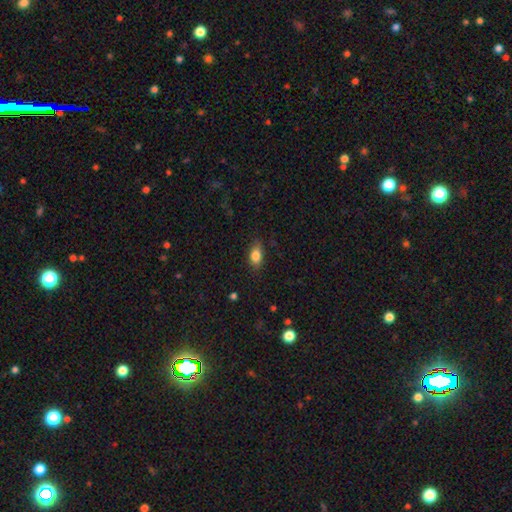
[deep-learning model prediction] This is clearly a smooth galaxy (83%). How rounded: clearly in between (86%). Merging: clearly none (82%).